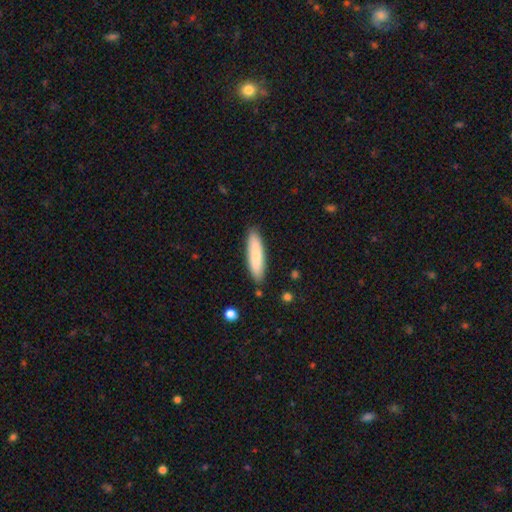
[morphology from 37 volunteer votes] Smooth or featured?
  - smooth: 84% *
  - featured or disk: 14%
  - star or artifact: 3%
How rounded?
  - cigar-shaped: 81% *
  - in between: 16%
  - round: 3%
Merging?
  - none: 86% *
  - minor disturbance: 6%
  - merger: 6%
  - major disturbance: 3%